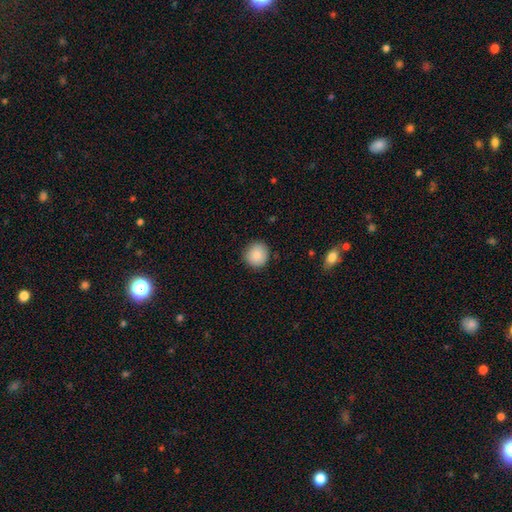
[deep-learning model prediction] Smooth or featured?
  - smooth: 85% *
  - star or artifact: 8%
  - featured or disk: 6%
How rounded?
  - round: 93% *
  - in between: 7%
  - cigar-shaped: 1%
Merging?
  - none: 89% *
  - minor disturbance: 8%
  - major disturbance: 2%
  - merger: 1%